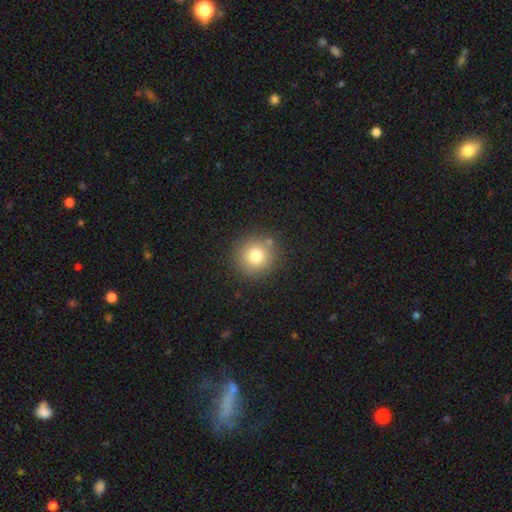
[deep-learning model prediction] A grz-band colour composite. It shows a smooth galaxy with no disk features (78%) that is round (93%). Merging: none (85%).